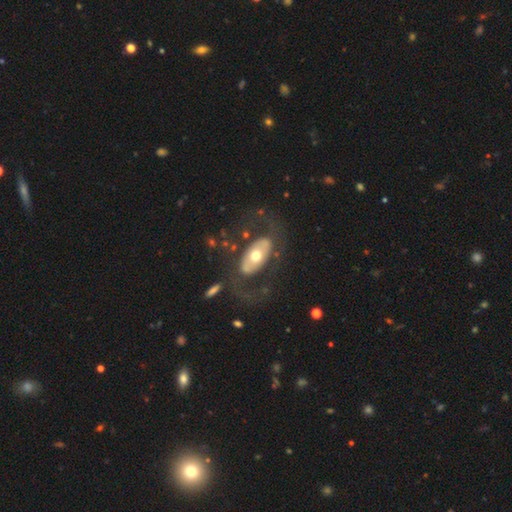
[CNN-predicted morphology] A featured or disk galaxy (61%) with no bar (76%), no spiral arms (61%) and a moderate central bulge (71%). Merging: none (68%).